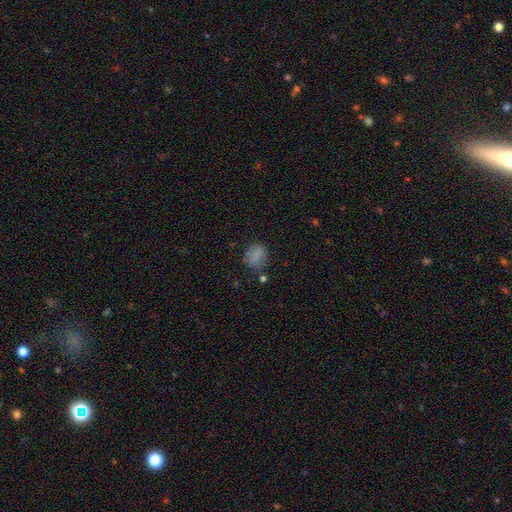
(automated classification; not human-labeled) Smooth or featured? smooth (79%)
How rounded? round (56%)
Merging? none (70%)